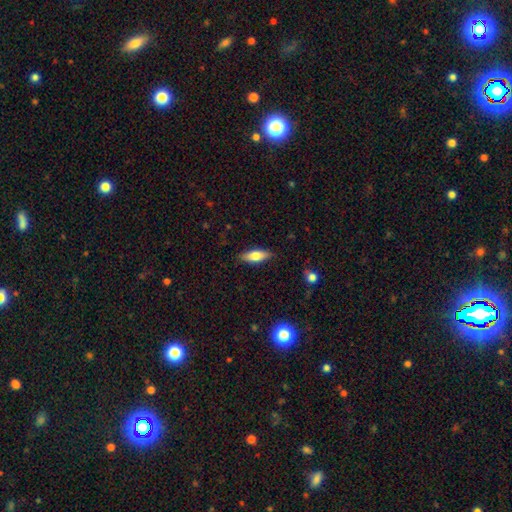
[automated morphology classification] type=smooth (71%); roundness=in between (64%); merging=none (86%).